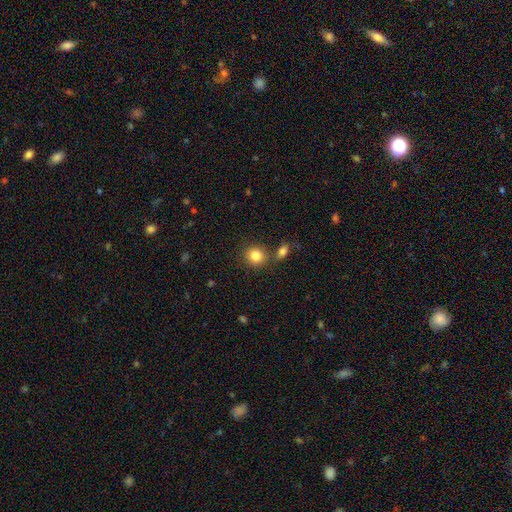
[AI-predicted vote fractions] Q: Smooth or featured?
A: smooth (84%); runner-up: star or artifact (10%)
Q: How rounded?
A: round (81%); runner-up: in between (18%)
Q: Merging?
A: none (72%); runner-up: merger (15%)